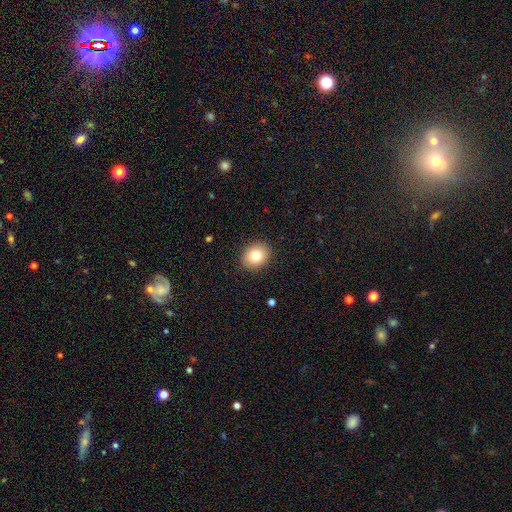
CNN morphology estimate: Smooth or featured?
  - smooth: 80% *
  - featured or disk: 10%
  - star or artifact: 9%
How rounded?
  - round: 51% *
  - in between: 48%
  - cigar-shaped: 1%
Merging?
  - none: 90% *
  - minor disturbance: 7%
  - major disturbance: 2%
  - merger: 1%